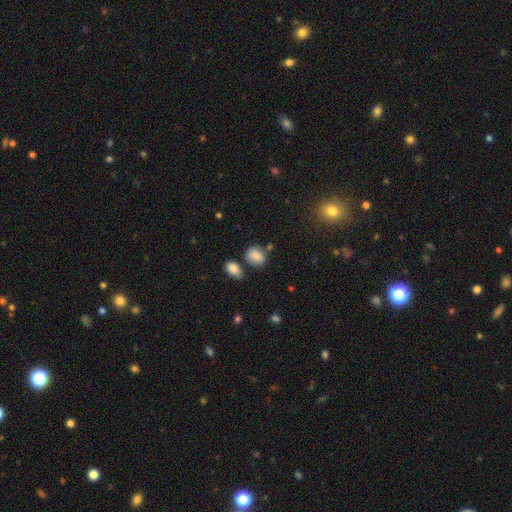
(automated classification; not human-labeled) Smooth or featured?
  - smooth: 83% *
  - star or artifact: 10%
  - featured or disk: 7%
How rounded?
  - in between: 53% *
  - round: 45%
  - cigar-shaped: 1%
Merging?
  - none: 67% *
  - minor disturbance: 17%
  - merger: 12%
  - major disturbance: 4%